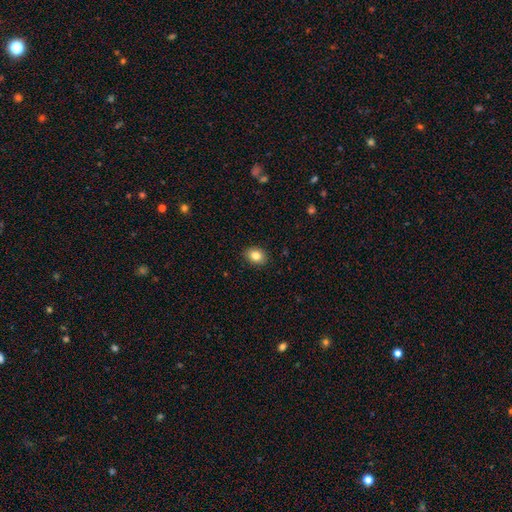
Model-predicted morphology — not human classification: Q: Smooth or featured?
A: smooth (83%); runner-up: star or artifact (9%)
Q: How rounded?
A: in between (66%); runner-up: round (34%)
Q: Merging?
A: none (90%); runner-up: minor disturbance (8%)